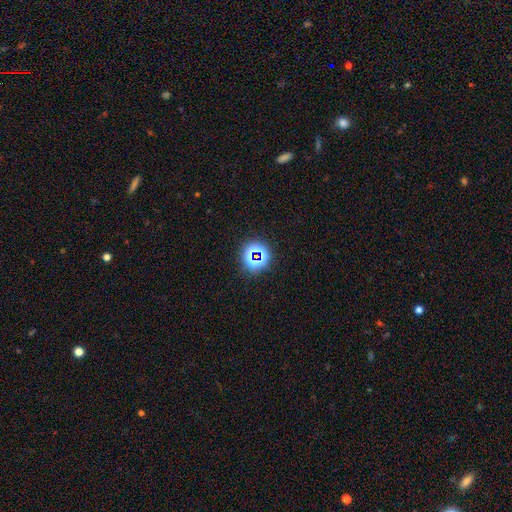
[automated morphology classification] smooth-or-featured: star or artifact: 64% | smooth: 26% | featured or disk: 10%